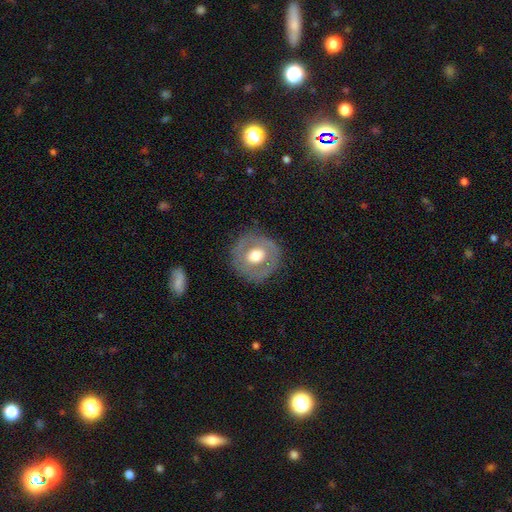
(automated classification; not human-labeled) Overall: featured or disk (48%; smooth 45%). Merging: none (81%).